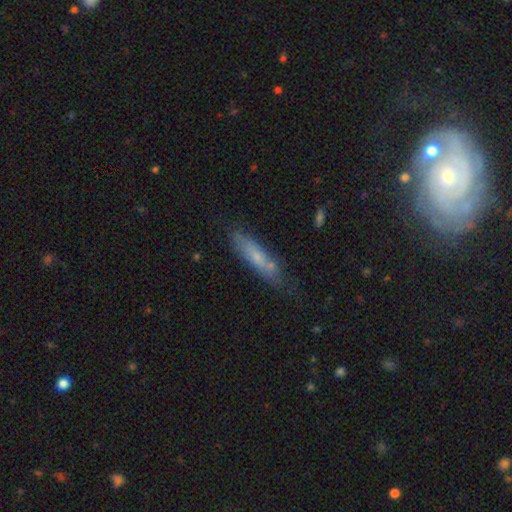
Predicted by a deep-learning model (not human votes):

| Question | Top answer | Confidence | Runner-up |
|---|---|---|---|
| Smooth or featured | smooth | 65% | featured or disk (27%) |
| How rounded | cigar-shaped | 79% | in between (19%) |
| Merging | none | 65% | minor disturbance (21%) |